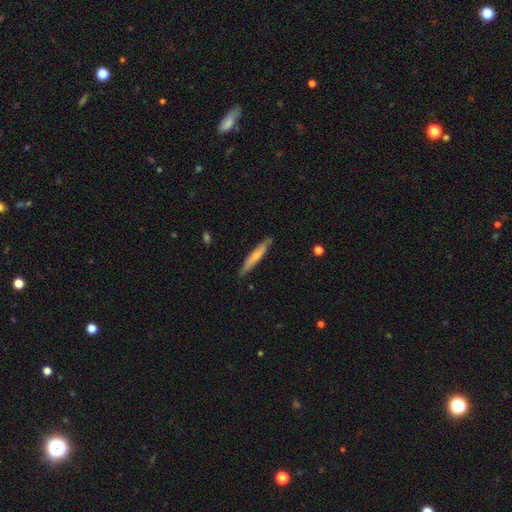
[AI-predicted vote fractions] The model was most divided on "smooth or featured": smooth: 58%, featured or disk: 37%, star or artifact: 5%. More confident: how rounded — cigar-shaped (92%); merging — none (81%).